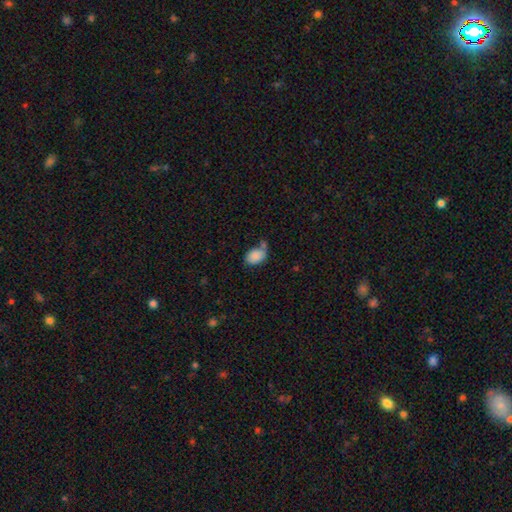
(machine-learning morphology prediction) The model was most divided on "merging": none: 48%, minor disturbance: 23%, merger: 20%, major disturbance: 9%. More confident: smooth or featured — smooth (86%); how rounded — in between (82%).